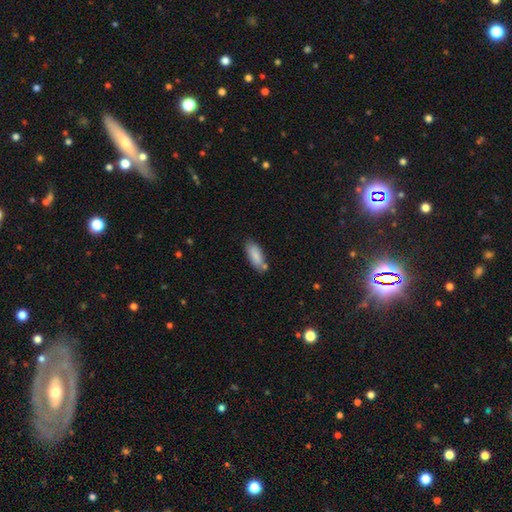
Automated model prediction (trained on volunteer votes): Smooth or featured? Predicted: smooth (p=0.86). How rounded? Predicted: in between (p=0.77). Merging? Predicted: none (p=0.68).